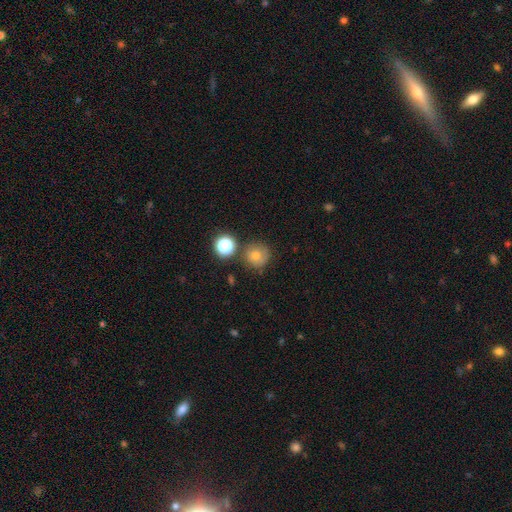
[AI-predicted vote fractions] A smooth galaxy with no disk features (69%) that is round (93%).

Vote fractions:
- Smooth or featured? smooth: 69% / star or artifact: 17% / featured or disk: 14%
- How rounded? round: 93% / in between: 6% / cigar-shaped: 1%
- Merging? none: 75% / minor disturbance: 13% / merger: 8% / major disturbance: 4%